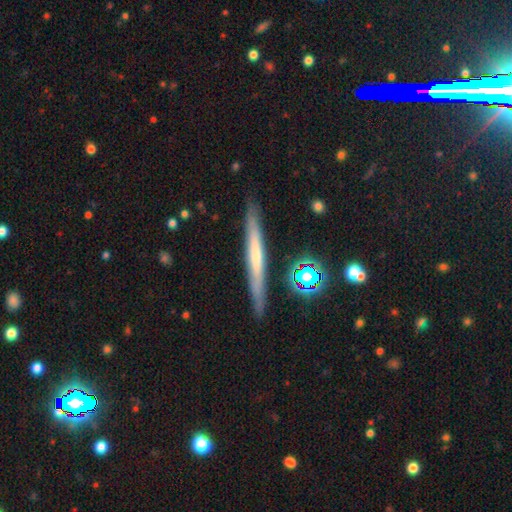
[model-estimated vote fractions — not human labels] Smooth or featured? featured or disk (51%)
Edge-on disk? yes (93%)
Merging? none (88%)